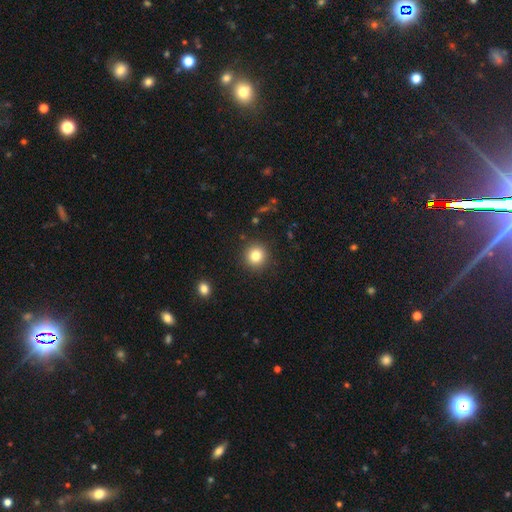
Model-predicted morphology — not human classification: type=smooth (81%); roundness=round (94%); merging=none (90%).